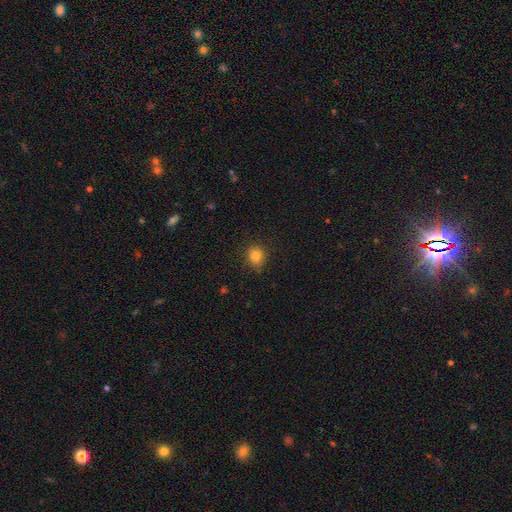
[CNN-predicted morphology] type=smooth (81%); roundness=round (81%); merging=none (85%).